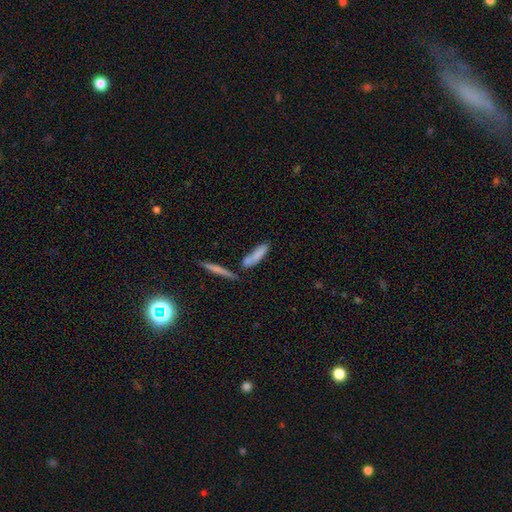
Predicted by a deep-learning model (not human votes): smooth-or-featured: smooth: 75% | featured or disk: 17% | star or artifact: 8%
  how-rounded: cigar-shaped: 74% | in between: 24% | round: 2%
  merging: none: 53% | merger: 29% | minor disturbance: 14% | major disturbance: 5%